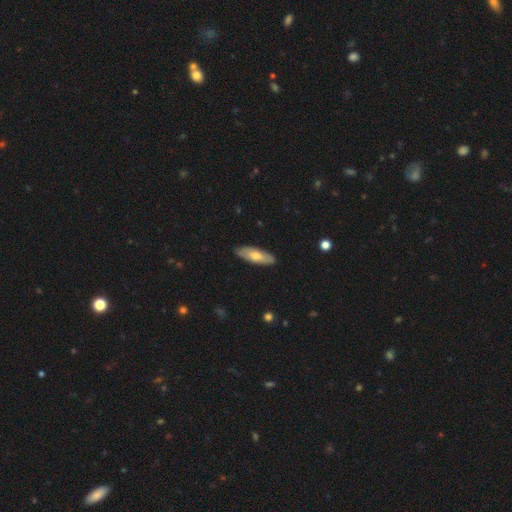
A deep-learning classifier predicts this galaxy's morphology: Overall: smooth (63%; featured or disk 31%). How rounded: in between (57%; cigar-shaped 41%). Merging: none (88%).